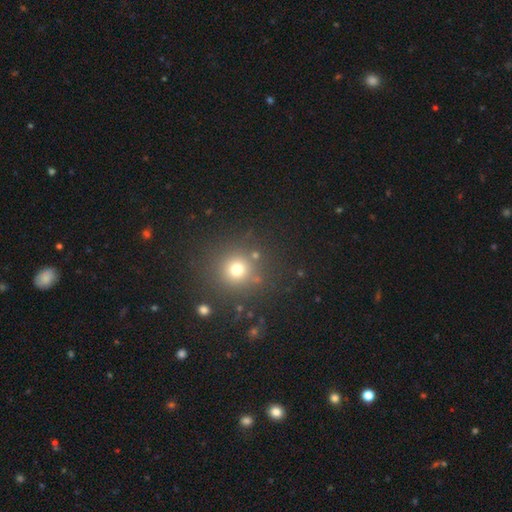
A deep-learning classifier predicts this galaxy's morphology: Smooth or featured: smooth — 65% (star or artifact — 27%)
How rounded: round — 94% (in between — 5%)
Merging: none — 85% (minor disturbance — 8%)